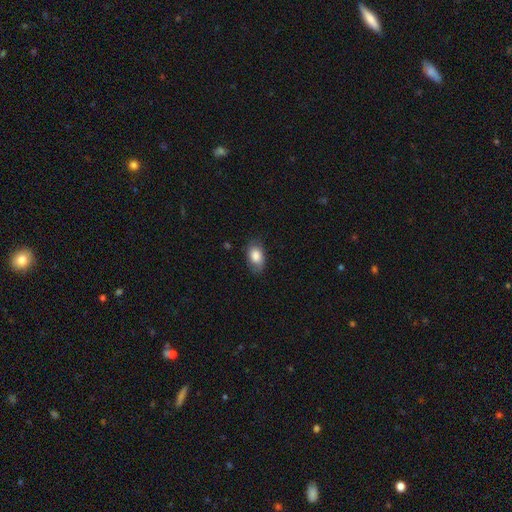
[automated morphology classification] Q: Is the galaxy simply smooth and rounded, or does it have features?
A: smooth — 83%.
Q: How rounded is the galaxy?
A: in between — 89%.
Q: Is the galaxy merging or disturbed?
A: none — 76%.